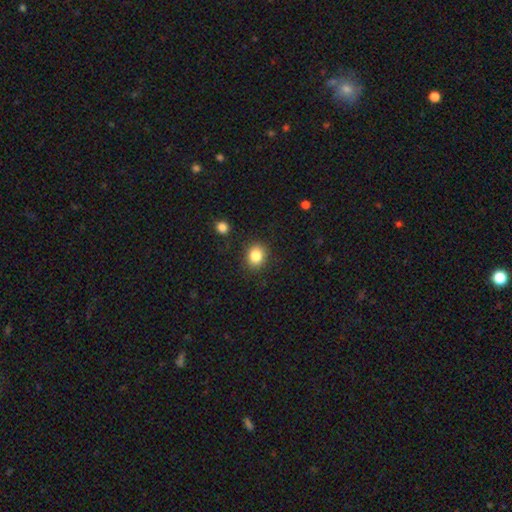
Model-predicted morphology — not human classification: Smooth or featured? smooth (84%)
How rounded? round (66%)
Merging? none (86%)